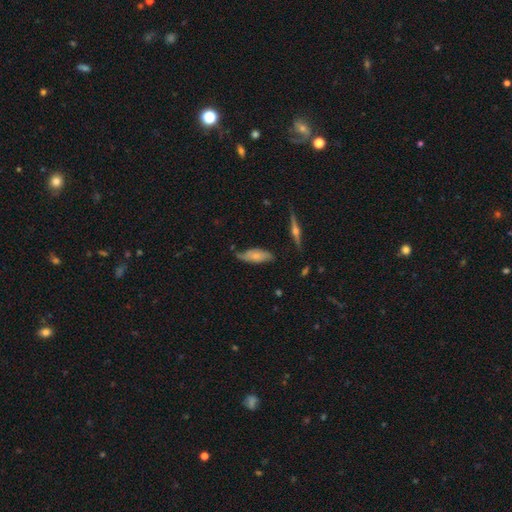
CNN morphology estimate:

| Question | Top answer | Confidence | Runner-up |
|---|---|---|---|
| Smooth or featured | smooth | 54% | featured or disk (39%) |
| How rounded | in between | 72% | cigar-shaped (26%) |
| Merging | none | 55% | minor disturbance (35%) |